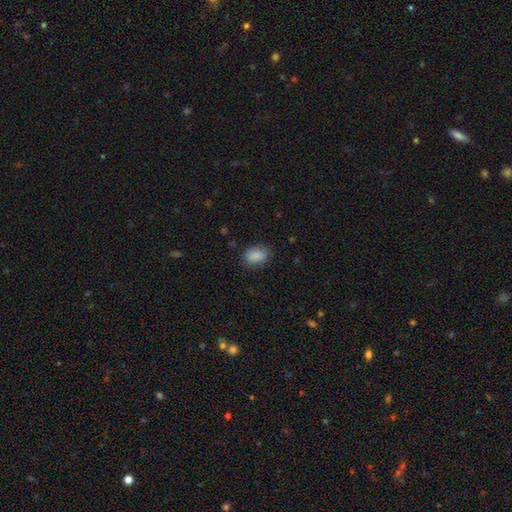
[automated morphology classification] Smooth or featured? smooth (88%)
How rounded? in between (85%)
Merging? none (82%)